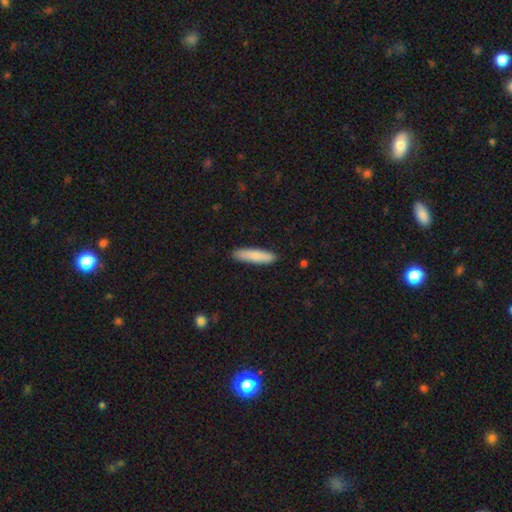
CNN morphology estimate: Smooth or featured: smooth — 82% (featured or disk — 12%)
How rounded: cigar-shaped — 79% (in between — 20%)
Merging: none — 89% (minor disturbance — 8%)